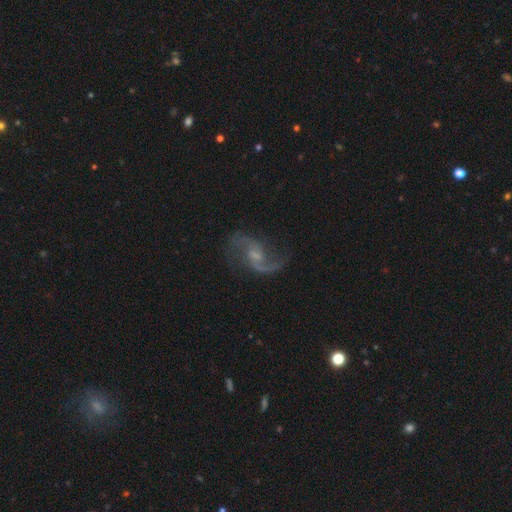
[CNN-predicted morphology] A featured or disk galaxy (90%) with a weak bar (46%), 2 (92%) loose (70%) spiral arms (97%) and a small central bulge (53%).

Vote fractions:
- Smooth or featured? featured or disk: 90% / star or artifact: 6% / smooth: 5%
- Edge-on disk? no: 98% / yes: 2%
- Bar? weak: 46% / no: 45% / strong: 9%
- Spiral arms? yes: 97% / no: 3%
- Spiral winding? loose: 70% / medium: 25% / tight: 4%
- Spiral arm count? 2: 92% / 1: 3% / can't tell: 2% / 3: 1% / 4: 1% / more than 4: 1%
- Bulge size? small: 53% / moderate: 28% / none: 15% / large: 3% / dominant: 1%
- Merging? none: 73% / minor disturbance: 15% / major disturbance: 9% / merger: 2%